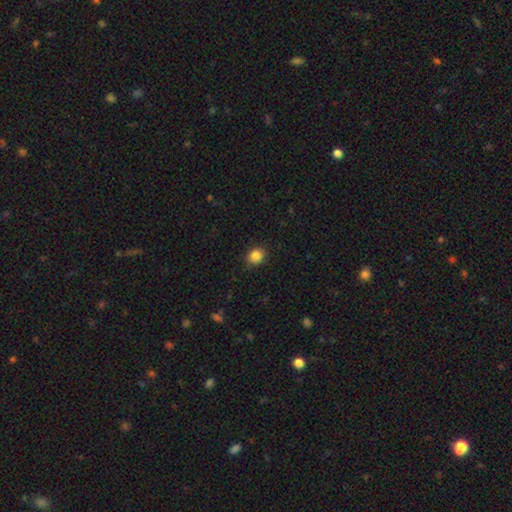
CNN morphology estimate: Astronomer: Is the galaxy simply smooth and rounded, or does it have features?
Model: smooth — 85%.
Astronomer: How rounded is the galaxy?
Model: round — 77%.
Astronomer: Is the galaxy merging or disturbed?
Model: none — 87%.